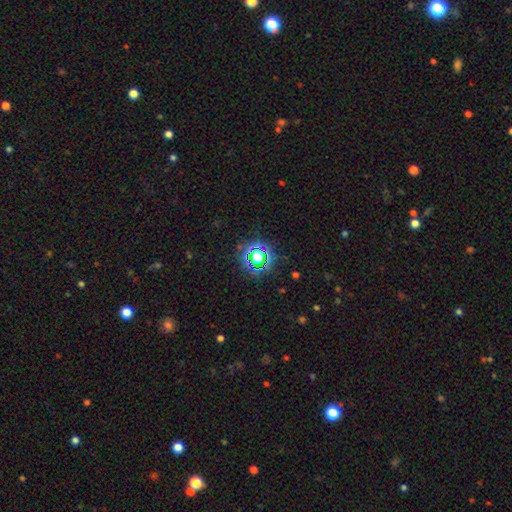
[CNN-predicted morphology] Smooth or featured?
  - star or artifact: 65% *
  - smooth: 25%
  - featured or disk: 10%